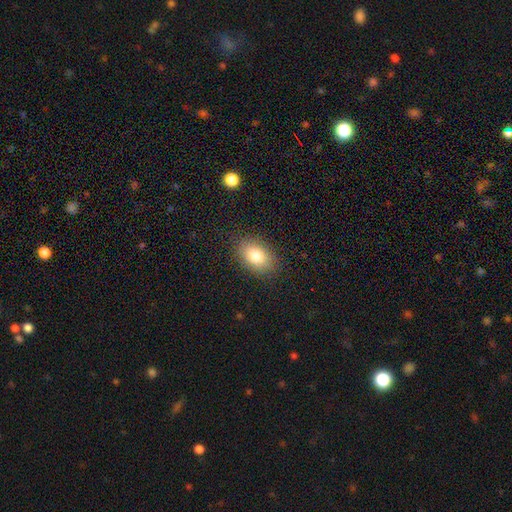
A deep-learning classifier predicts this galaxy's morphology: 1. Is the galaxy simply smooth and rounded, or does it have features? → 81% smooth, 10% featured or disk, 9% star or artifact.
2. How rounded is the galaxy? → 84% in between, 15% round, 1% cigar-shaped.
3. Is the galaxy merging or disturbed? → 86% none, 10% minor disturbance, 3% major disturbance, 1% merger.